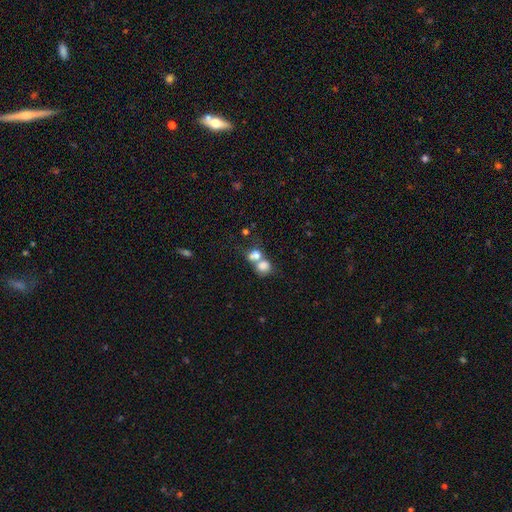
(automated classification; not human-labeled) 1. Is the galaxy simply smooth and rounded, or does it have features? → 75% smooth, 15% featured or disk, 11% star or artifact.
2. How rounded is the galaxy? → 63% round, 36% in between, 1% cigar-shaped.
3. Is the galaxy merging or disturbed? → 66% merger, 24% none, 6% minor disturbance, 4% major disturbance.